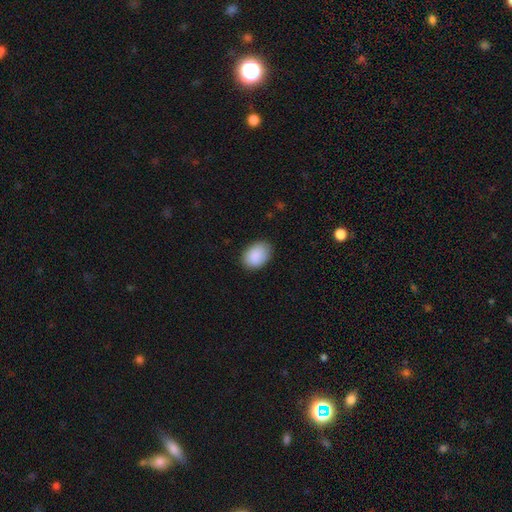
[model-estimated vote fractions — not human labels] A smooth galaxy with no disk features (90%) that is in between round and cigar-shaped (83%). Merging: none (84%).